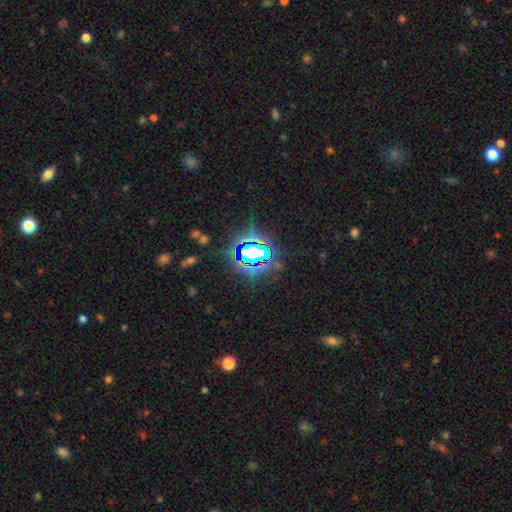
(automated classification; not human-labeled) A star or artifact, not a galaxy (76%).